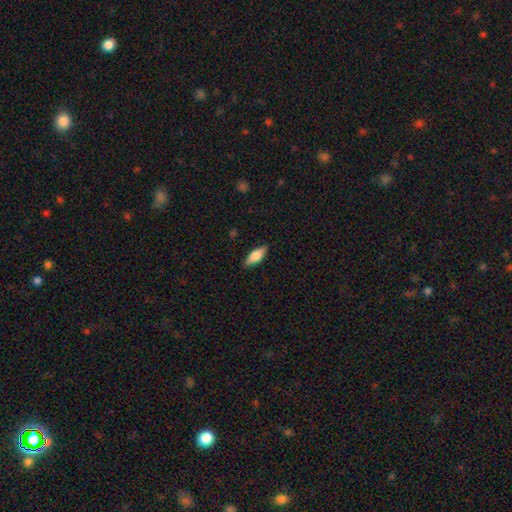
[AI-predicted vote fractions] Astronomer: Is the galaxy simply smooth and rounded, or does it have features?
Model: smooth — 75%.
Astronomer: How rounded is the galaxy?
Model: in between — 70%.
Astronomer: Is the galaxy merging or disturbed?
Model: none — 86%.